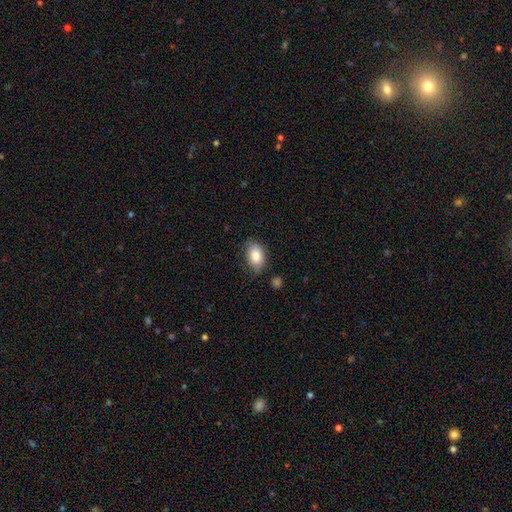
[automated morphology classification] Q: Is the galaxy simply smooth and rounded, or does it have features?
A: smooth — 83%.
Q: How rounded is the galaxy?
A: in between — 90%.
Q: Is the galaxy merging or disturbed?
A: none — 74%.